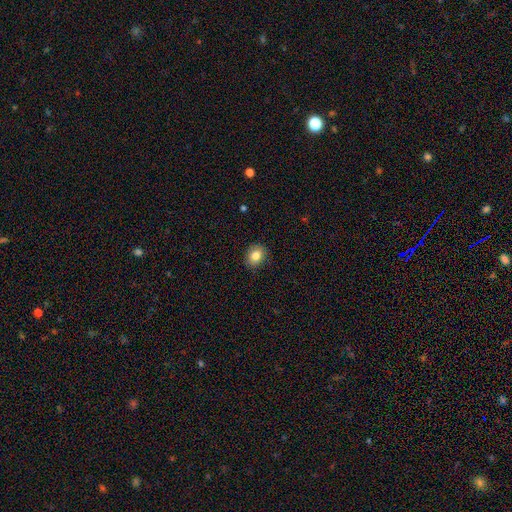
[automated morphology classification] smooth-or-featured: smooth: 84% | star or artifact: 9% | featured or disk: 7%
  how-rounded: in between: 55% | round: 44% | cigar-shaped: 1%
  merging: none: 89% | minor disturbance: 8% | major disturbance: 2% | merger: 1%